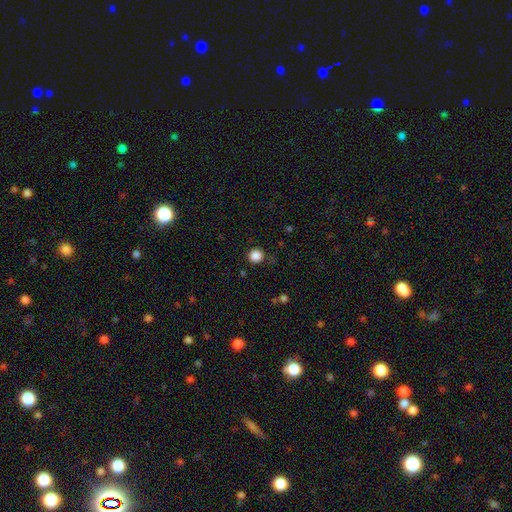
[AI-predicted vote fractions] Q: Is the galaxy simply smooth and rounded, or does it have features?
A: smooth — 86%.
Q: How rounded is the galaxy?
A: round — 93%.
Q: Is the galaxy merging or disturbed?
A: none — 88%.